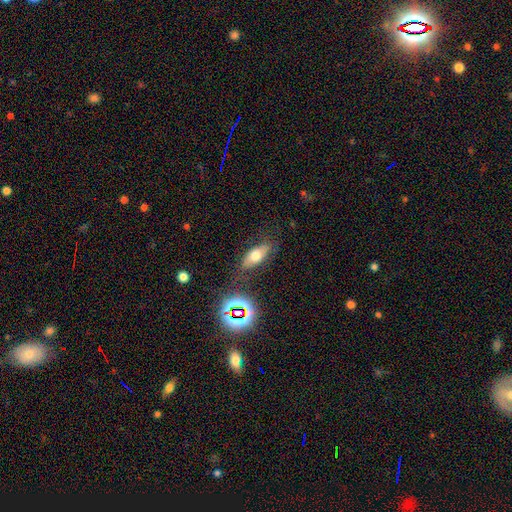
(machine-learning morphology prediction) Q: Smooth or featured?
A: smooth (62%); runner-up: featured or disk (24%)
Q: How rounded?
A: in between (73%); runner-up: cigar-shaped (21%)
Q: Merging?
A: none (76%); runner-up: minor disturbance (15%)